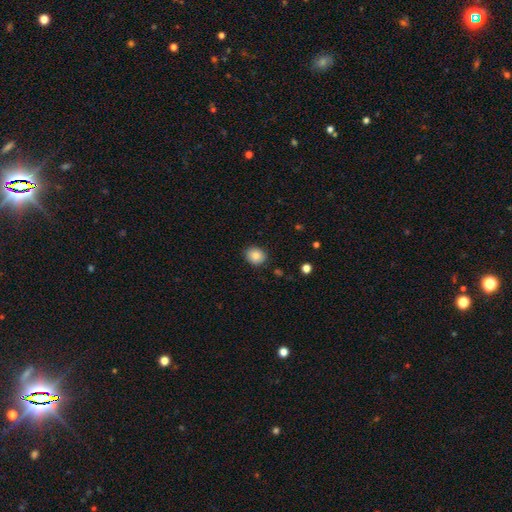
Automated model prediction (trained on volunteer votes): Smooth or featured: smooth — 84% (star or artifact — 9%)
How rounded: round — 63% (in between — 36%)
Merging: none — 88% (minor disturbance — 9%)